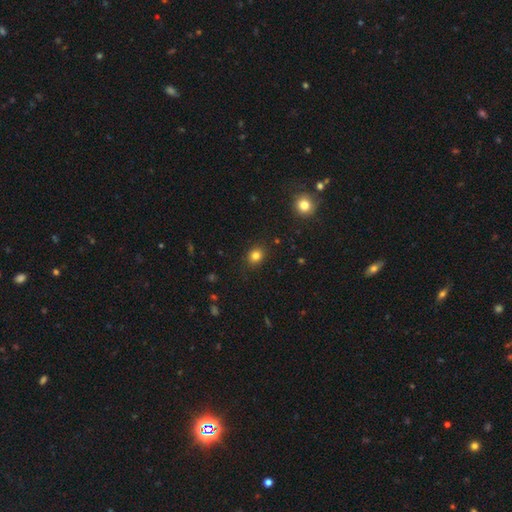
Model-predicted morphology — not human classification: type=smooth (81%); roundness=round (70%); merging=none (88%).